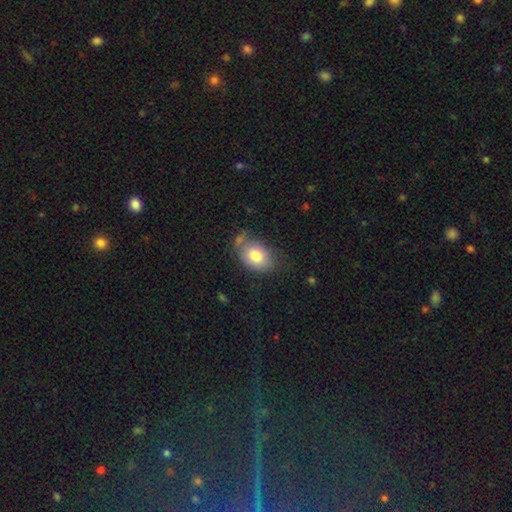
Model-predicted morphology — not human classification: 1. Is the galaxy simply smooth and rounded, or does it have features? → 80% smooth, 12% featured or disk, 8% star or artifact.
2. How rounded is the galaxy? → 78% in between, 21% round, 1% cigar-shaped.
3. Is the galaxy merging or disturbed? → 62% none, 23% minor disturbance, 7% major disturbance, 7% merger.